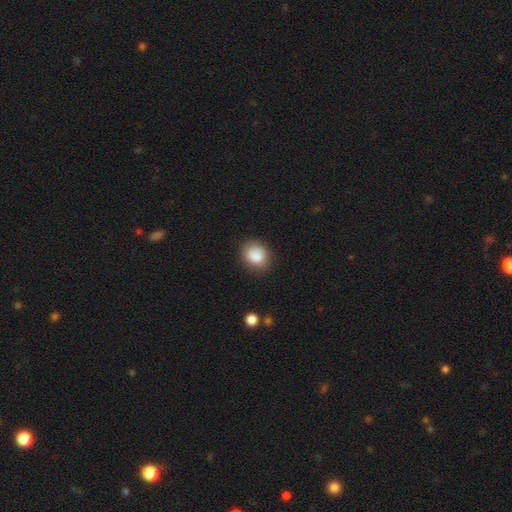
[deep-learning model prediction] A smooth galaxy with no disk features (86%) that is round (58%).

Vote fractions:
- Smooth or featured? smooth: 86% / star or artifact: 8% / featured or disk: 6%
- How rounded? round: 58% / in between: 41% / cigar-shaped: 1%
- Merging? none: 79% / minor disturbance: 16% / major disturbance: 4% / merger: 2%